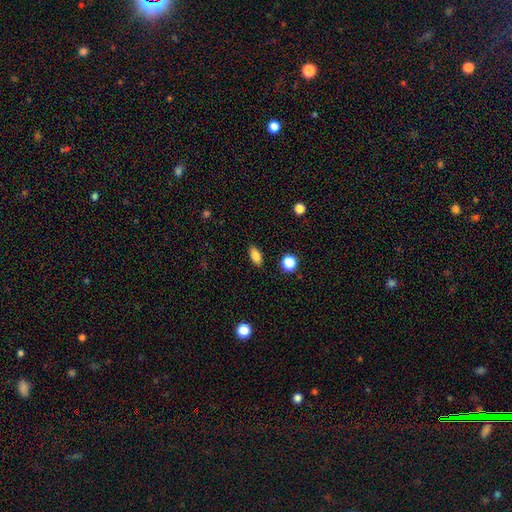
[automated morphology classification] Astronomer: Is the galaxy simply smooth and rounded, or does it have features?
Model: smooth — 82%.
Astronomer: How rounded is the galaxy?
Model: in between — 85%.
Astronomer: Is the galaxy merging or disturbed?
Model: none — 88%.